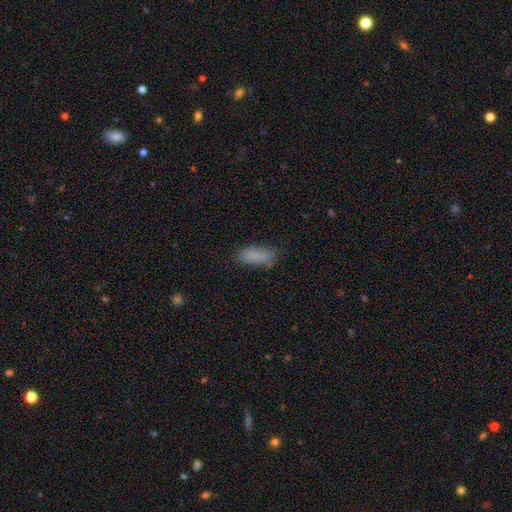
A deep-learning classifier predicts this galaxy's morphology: Q: Smooth or featured?
A: smooth (85%); runner-up: star or artifact (9%)
Q: How rounded?
A: in between (72%); runner-up: cigar-shaped (26%)
Q: Merging?
A: none (74%); runner-up: minor disturbance (19%)